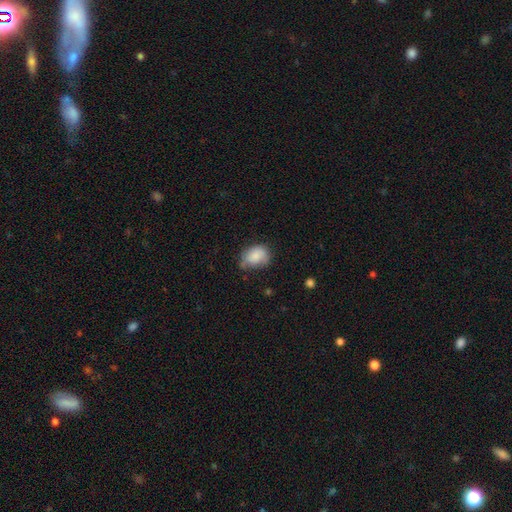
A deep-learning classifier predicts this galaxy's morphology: smooth_or_featured: smooth (p=0.82) [alt: featured or disk p=0.10]
how_rounded: in between (p=0.64) [alt: round p=0.35]
merging: none (p=0.52) [alt: minor disturbance p=0.35]